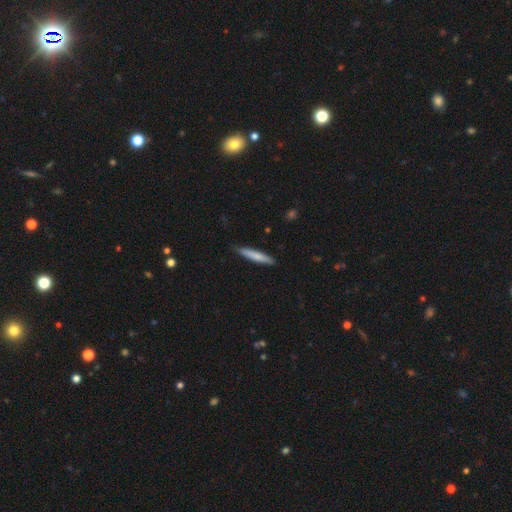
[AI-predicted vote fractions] Smooth or featured? smooth (75%)
How rounded? cigar-shaped (93%)
Merging? none (86%)